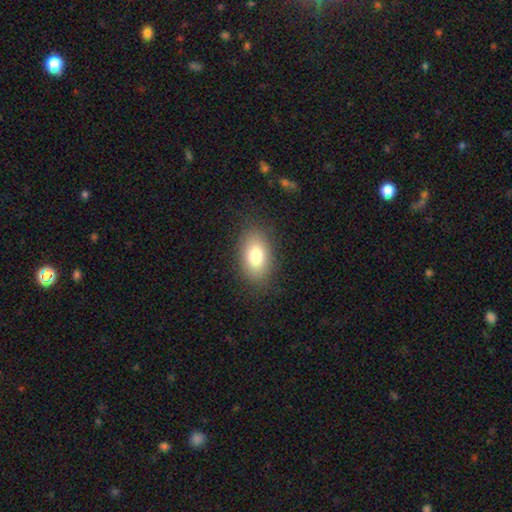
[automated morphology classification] smooth-or-featured: smooth: 79% | featured or disk: 12% | star or artifact: 9%
  how-rounded: in between: 89% | round: 9% | cigar-shaped: 2%
  merging: none: 85% | minor disturbance: 11% | major disturbance: 4% | merger: 1%